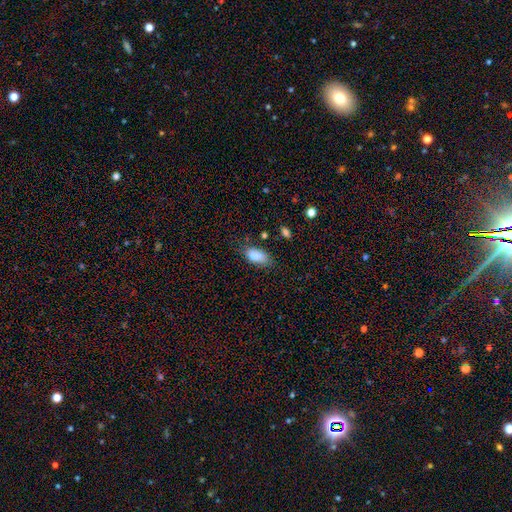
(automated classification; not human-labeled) Smooth or featured: smooth — 86% (star or artifact — 8%)
How rounded: in between — 91% (cigar-shaped — 5%)
Merging: none — 66% (minor disturbance — 24%)